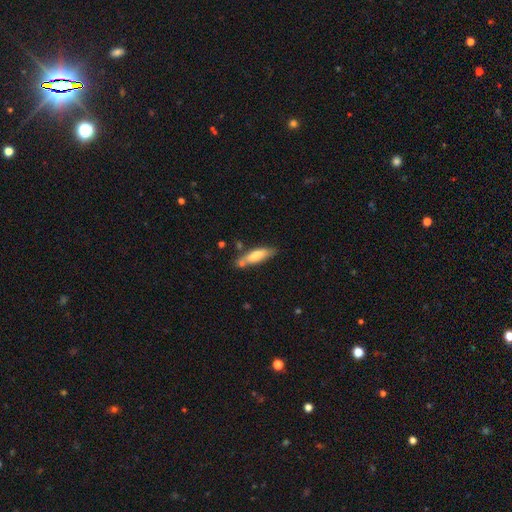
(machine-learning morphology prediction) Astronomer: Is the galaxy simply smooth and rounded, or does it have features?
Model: smooth — 69%.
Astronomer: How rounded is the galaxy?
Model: cigar-shaped — 63%.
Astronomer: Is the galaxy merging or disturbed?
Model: none — 66%.